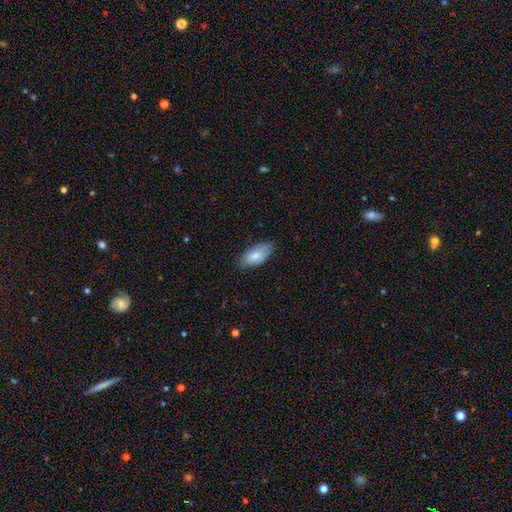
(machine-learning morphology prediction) Smooth or featured? smooth (78%)
How rounded? in between (92%)
Merging? none (76%)